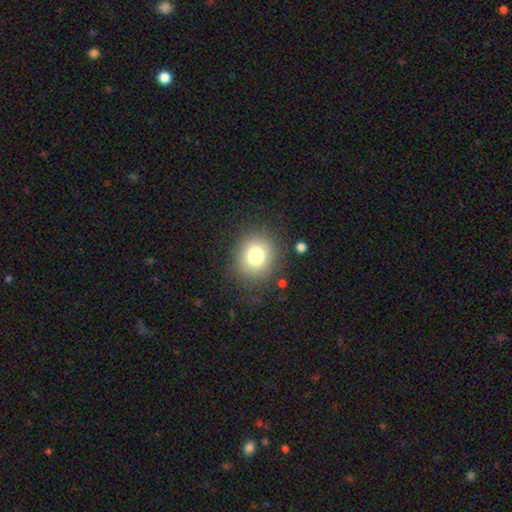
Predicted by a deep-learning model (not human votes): Smooth or featured? smooth (77%)
How rounded? round (83%)
Merging? none (84%)